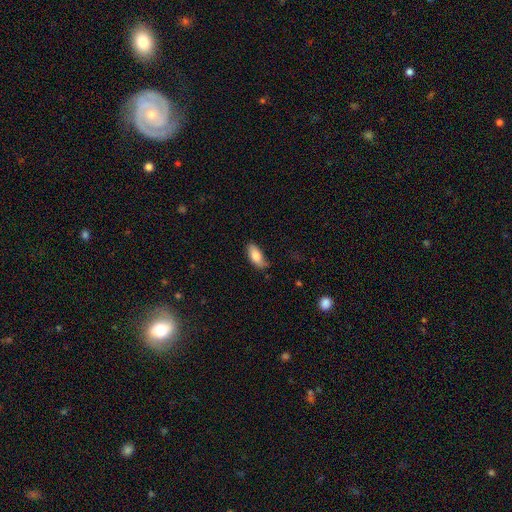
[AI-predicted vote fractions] smooth 79%, featured or disk 14%, star or artifact 7%. Down the decision tree: how rounded — in between (86%); merging — none (71%).